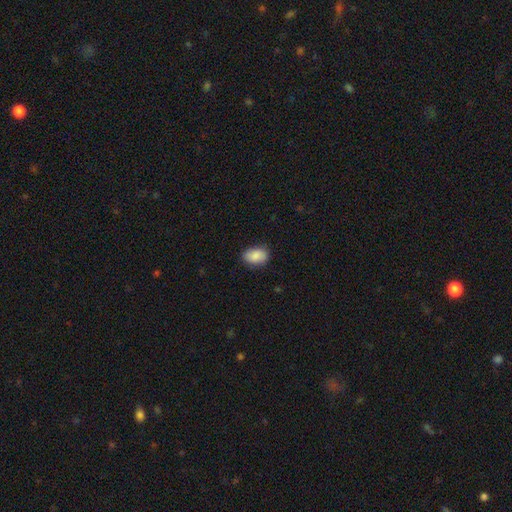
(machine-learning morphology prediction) The model was most divided on "merging": none: 82%, minor disturbance: 14%, major disturbance: 3%, merger: 1%. More confident: smooth or featured — smooth (87%); how rounded — in between (86%).